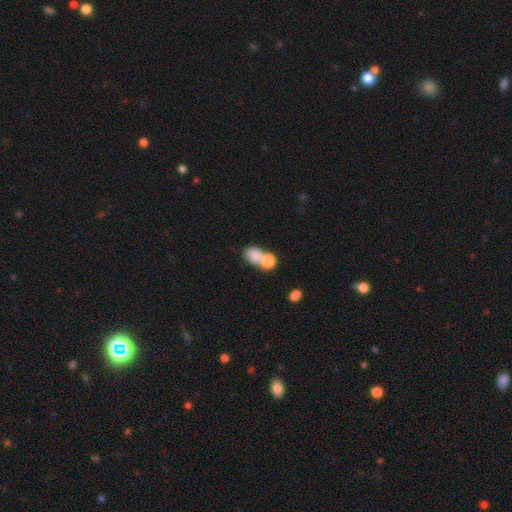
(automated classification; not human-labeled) Smooth or featured? smooth (78%)
How rounded? in between (60%)
Merging? merger (55%)